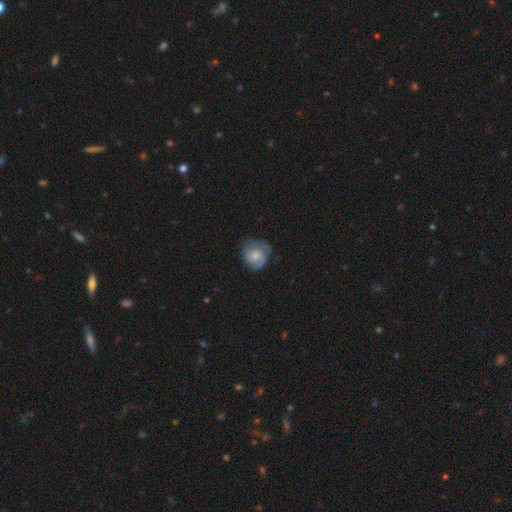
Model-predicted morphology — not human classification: Smooth or featured? smooth (52%)
How rounded? round (75%)
Merging? none (59%)